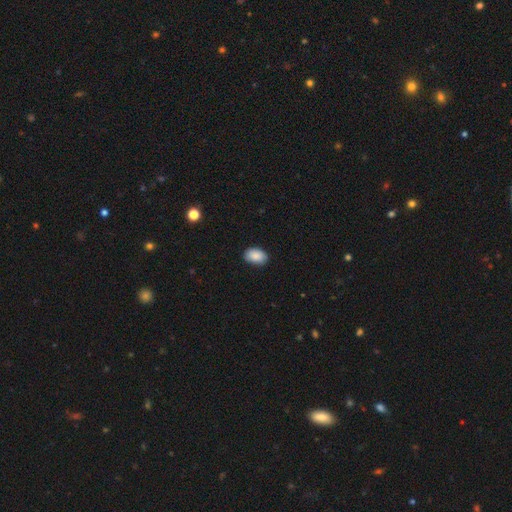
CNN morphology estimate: smooth_or_featured: smooth (p=0.88) [alt: star or artifact p=0.07]
how_rounded: in between (p=0.87) [alt: round p=0.12]
merging: none (p=0.84) [alt: minor disturbance p=0.13]